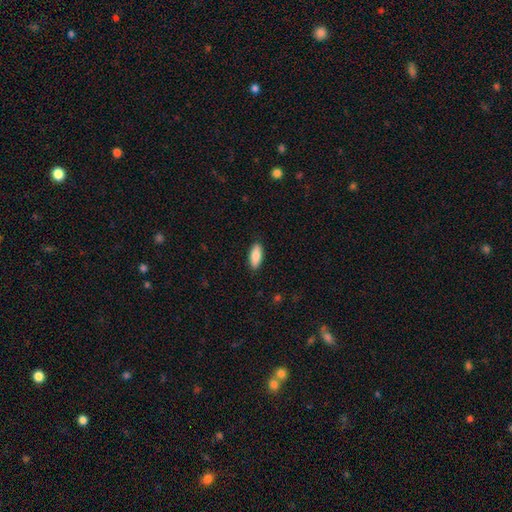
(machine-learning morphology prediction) Overall: smooth (86%). How rounded: in between (80%). Merging: none (88%).